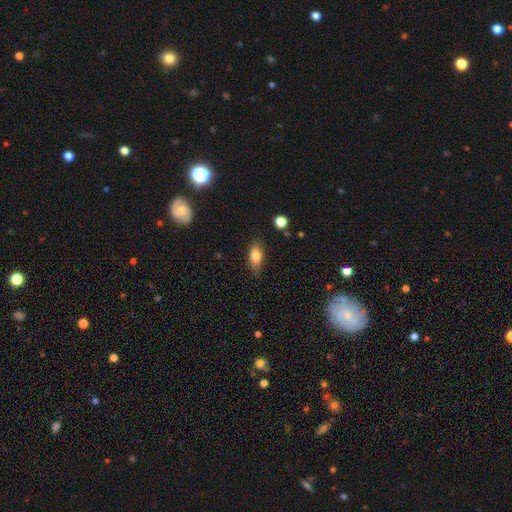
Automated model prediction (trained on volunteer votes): A smooth galaxy with no disk features (79%) that is in between round and cigar-shaped (79%). Merging: none (81%).